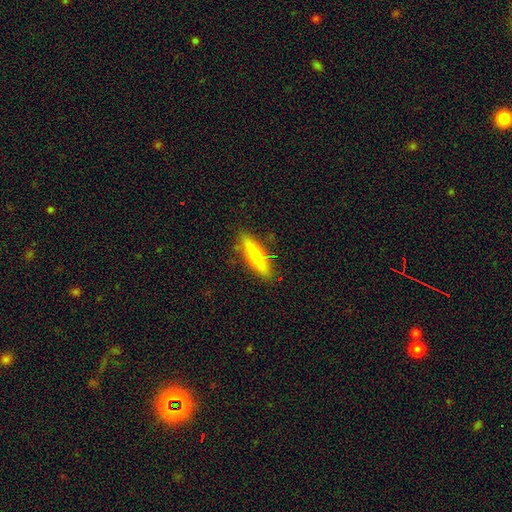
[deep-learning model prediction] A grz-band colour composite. It shows a smooth galaxy with no disk features (53%) that is cigar-shaped (78%). Merging: none (86%).